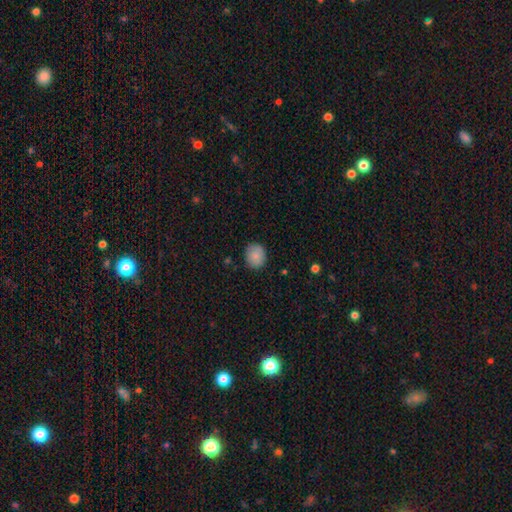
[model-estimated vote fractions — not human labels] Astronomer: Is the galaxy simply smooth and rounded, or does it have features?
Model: smooth — 86%.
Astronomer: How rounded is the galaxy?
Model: round — 73%.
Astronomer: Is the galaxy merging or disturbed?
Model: none — 85%.